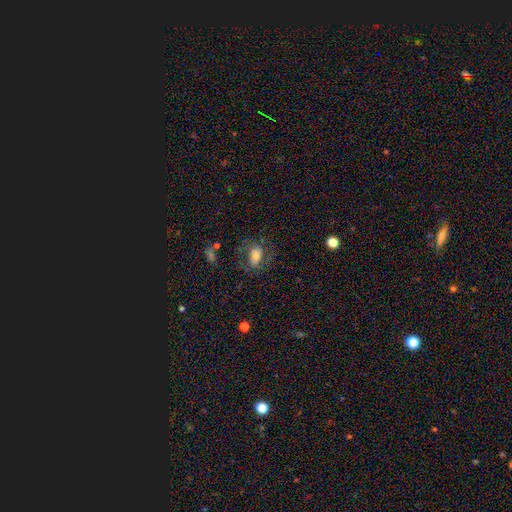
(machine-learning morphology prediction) The model was most divided on "smooth or featured": smooth: 58%, featured or disk: 32%, star or artifact: 10%. More confident: how rounded — in between (82%); merging — none (62%).